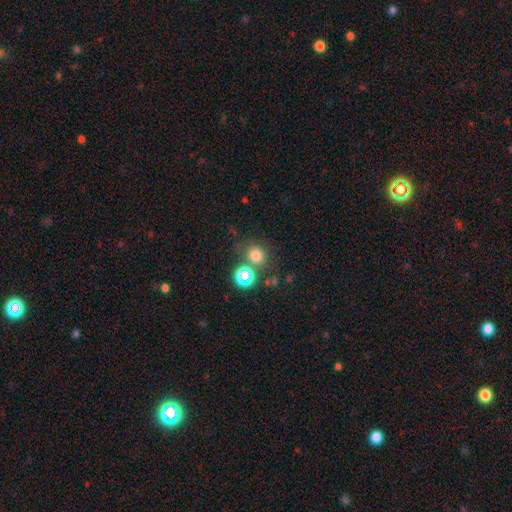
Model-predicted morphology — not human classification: Smooth or featured: smooth — 71% (star or artifact — 22%)
How rounded: round — 83% (in between — 16%)
Merging: none — 71% (merger — 14%)